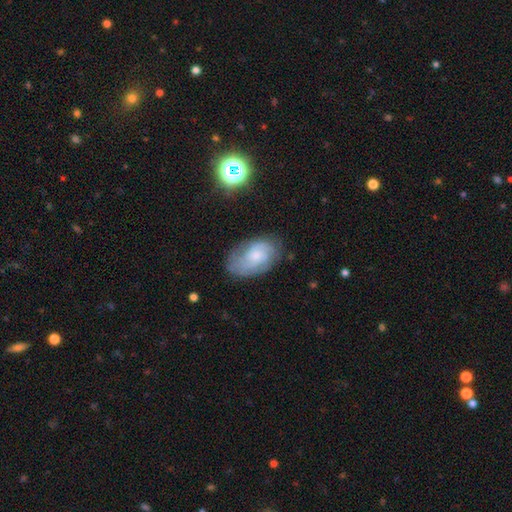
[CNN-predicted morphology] A featured or disk galaxy (51%). Merging: none (67%).